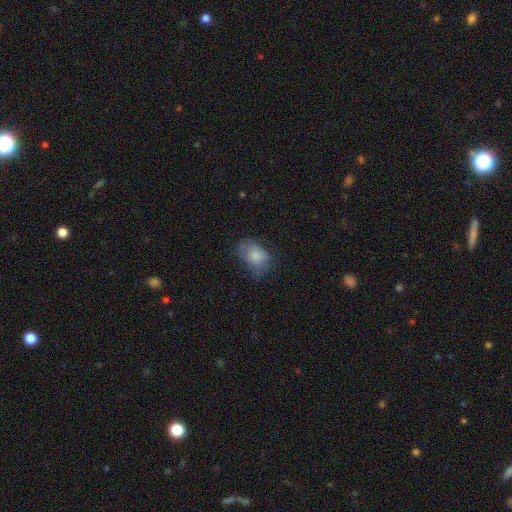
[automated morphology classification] The model was most divided on "merging": none: 46%, minor disturbance: 32%, major disturbance: 19%, merger: 2%. More confident: how rounded — in between (74%); smooth or featured — smooth (72%).